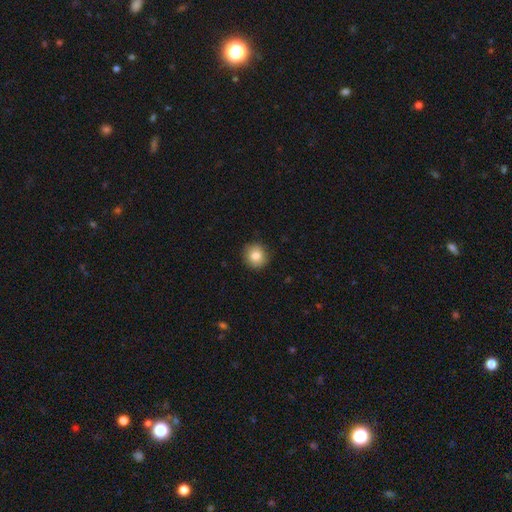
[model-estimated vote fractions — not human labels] Q: Smooth or featured?
A: smooth (83%); runner-up: star or artifact (10%)
Q: How rounded?
A: round (93%); runner-up: in between (6%)
Q: Merging?
A: none (90%); runner-up: minor disturbance (7%)